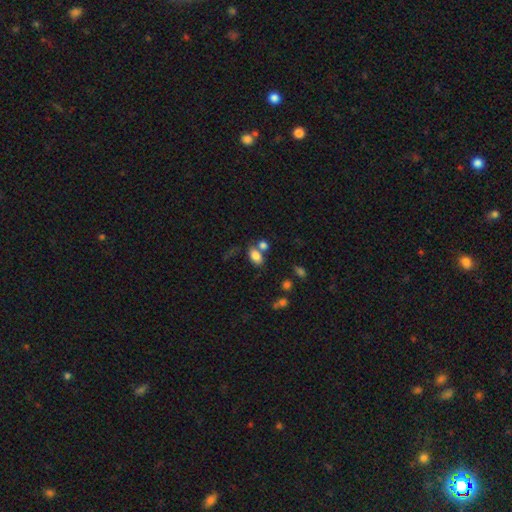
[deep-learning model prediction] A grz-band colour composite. It shows a smooth galaxy with no disk features (81%) that is in between round and cigar-shaped (88%). Merging: none (51%).